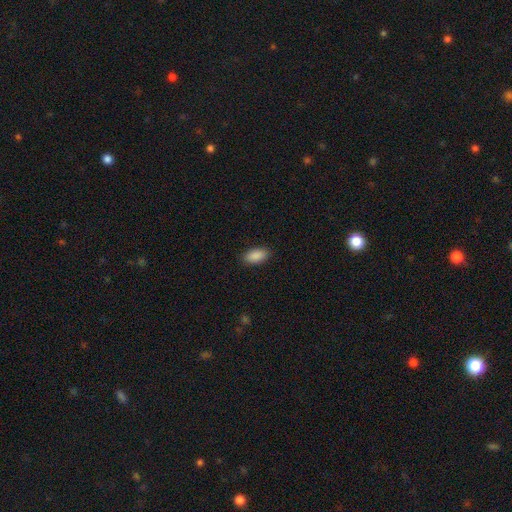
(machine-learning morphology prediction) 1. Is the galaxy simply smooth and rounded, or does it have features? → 90% smooth, 7% star or artifact, 3% featured or disk.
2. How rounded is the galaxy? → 93% in between, 4% cigar-shaped, 3% round.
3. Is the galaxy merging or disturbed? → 89% none, 8% minor disturbance, 2% major disturbance, 1% merger.